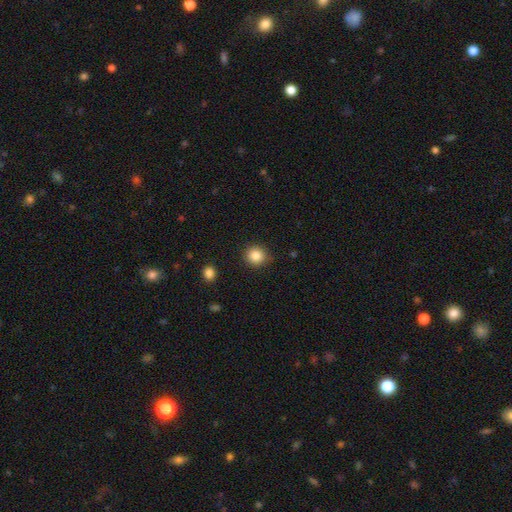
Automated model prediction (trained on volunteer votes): Smooth or featured: smooth — 86% (star or artifact — 10%)
How rounded: round — 91% (in between — 8%)
Merging: none — 89% (minor disturbance — 7%)